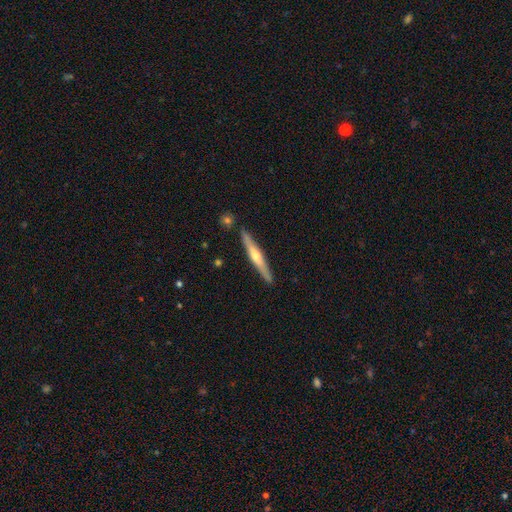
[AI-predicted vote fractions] This appears to be a featured or disk galaxy (62%) viewed edge-on (96%) with a rounded central bulge (83%). Merging: none (88%).